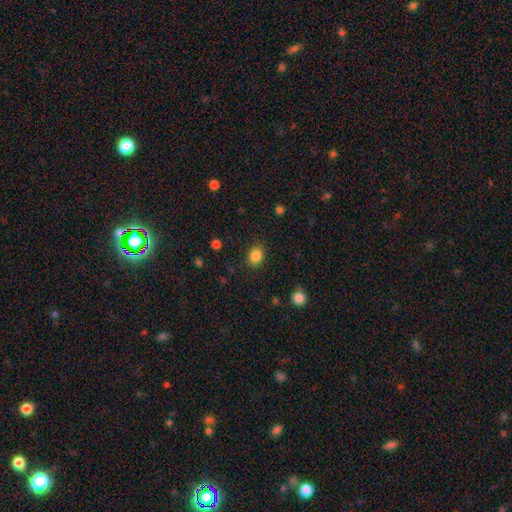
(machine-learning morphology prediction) A smooth galaxy with no disk features (86%) that is in between round and cigar-shaped (52%).

Vote fractions:
- Smooth or featured? smooth: 86% / star or artifact: 10% / featured or disk: 4%
- How rounded? in between: 52% / round: 47% / cigar-shaped: 1%
- Merging? none: 86% / minor disturbance: 10% / major disturbance: 3% / merger: 1%